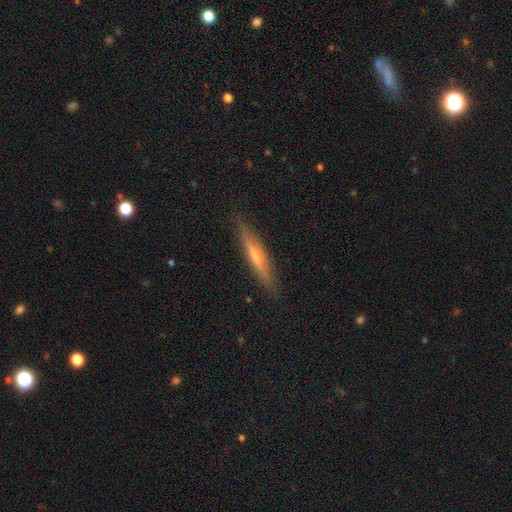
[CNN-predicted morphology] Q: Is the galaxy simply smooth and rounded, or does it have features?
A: featured or disk — 67%.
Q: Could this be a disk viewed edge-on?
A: yes — 95%.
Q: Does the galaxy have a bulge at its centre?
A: rounded — 73%.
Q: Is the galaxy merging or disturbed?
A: none — 88%.